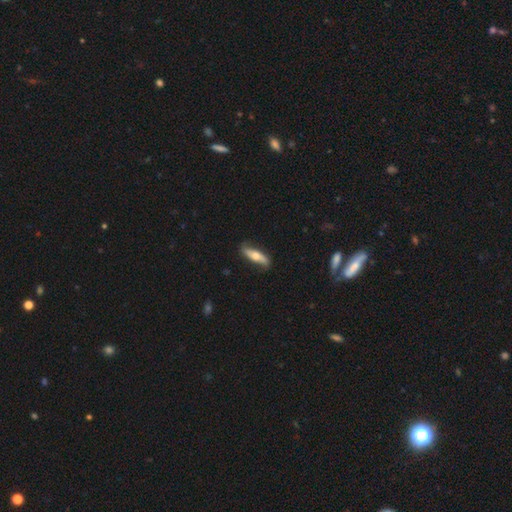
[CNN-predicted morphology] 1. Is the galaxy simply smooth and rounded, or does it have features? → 51% featured or disk, 43% smooth, 5% star or artifact.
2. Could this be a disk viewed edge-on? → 55% yes, 45% no.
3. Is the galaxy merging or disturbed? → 79% none, 16% minor disturbance, 3% major disturbance, 1% merger.